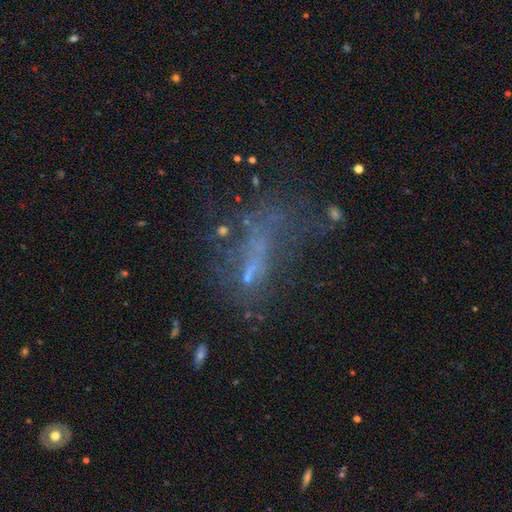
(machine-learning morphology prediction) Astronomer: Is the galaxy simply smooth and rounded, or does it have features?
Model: featured or disk — 38% (runner-up: star or artifact, 32%).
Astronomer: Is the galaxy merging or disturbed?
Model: major disturbance — 36%, tied with none at 36%.